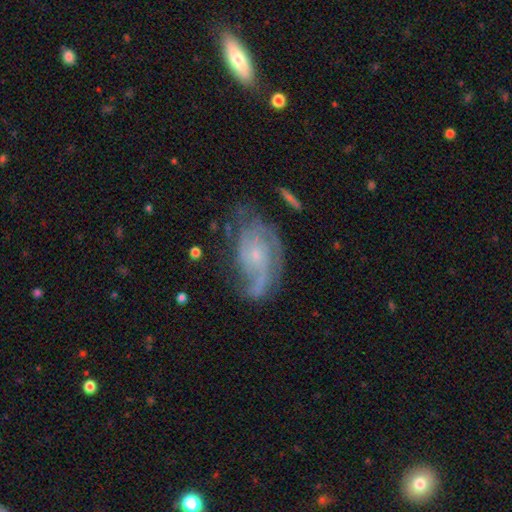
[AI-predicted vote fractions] The model was most divided on "spiral winding": medium: 41%, tight: 39%, loose: 19%. Remaining: edge-on disk — no (97%); spiral arms — yes (93%); smooth or featured — featured or disk (82%); bulge size — small (76%); bar — no (70%); merging — none (53%); spiral arm count — 2 (35%).